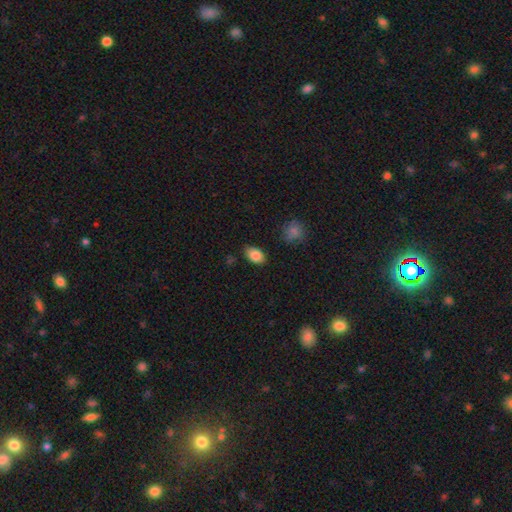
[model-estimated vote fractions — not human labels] Smooth or featured? smooth (85%)
How rounded? in between (87%)
Merging? none (84%)